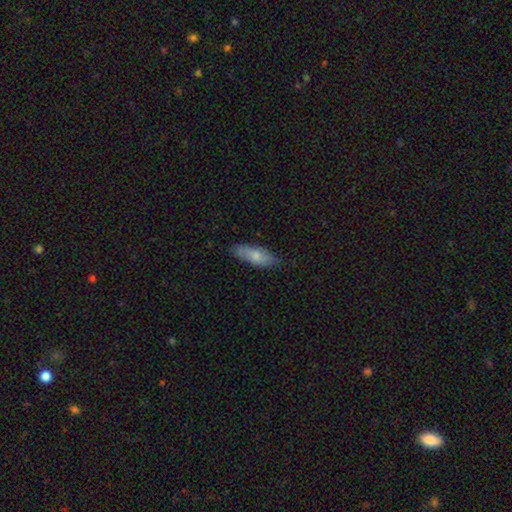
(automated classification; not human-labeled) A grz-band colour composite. It shows a smooth galaxy with no disk features (73%) that is in between round and cigar-shaped (67%). Merging: none (77%).